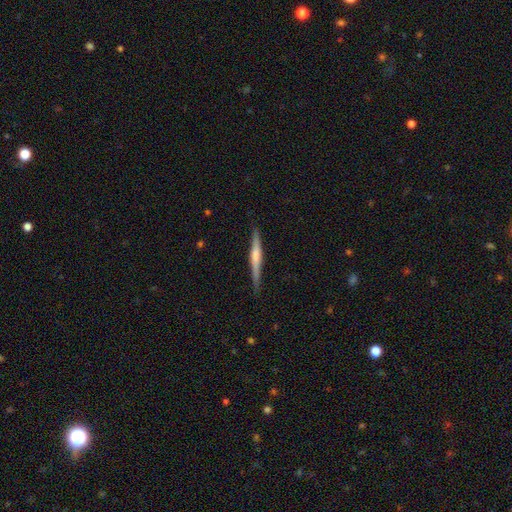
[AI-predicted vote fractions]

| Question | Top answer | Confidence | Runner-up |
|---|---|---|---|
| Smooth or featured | featured or disk | 59% | smooth (35%) |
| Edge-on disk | yes | 98% | no (2%) |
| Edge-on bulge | rounded | 57% | none (22%) |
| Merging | none | 86% | minor disturbance (11%) |